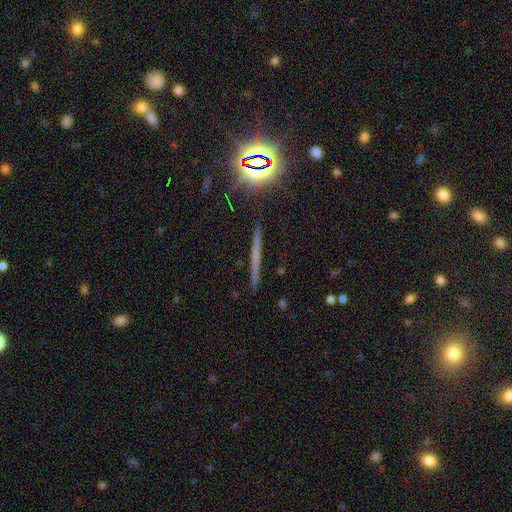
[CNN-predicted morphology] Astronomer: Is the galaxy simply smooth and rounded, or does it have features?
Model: featured or disk — 42% (runner-up: smooth, 33%).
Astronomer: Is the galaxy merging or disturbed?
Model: none — 90%.